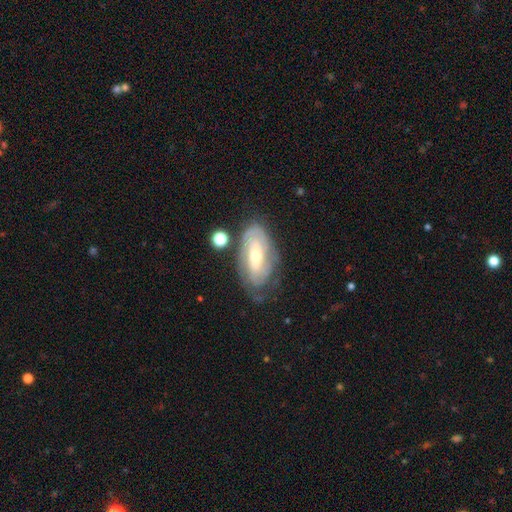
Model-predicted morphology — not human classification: This is likely a featured or disk galaxy (70%). It is clearly not viewed edge-on (90%). Bar: possibly no (48%). Spiral arm pattern: likely yes (79%). Spiral arm count: possibly can't tell (51%). Spiral winding: likely tight (66%). Central bulge: possibly moderate (48%). Merging: likely none (63%).